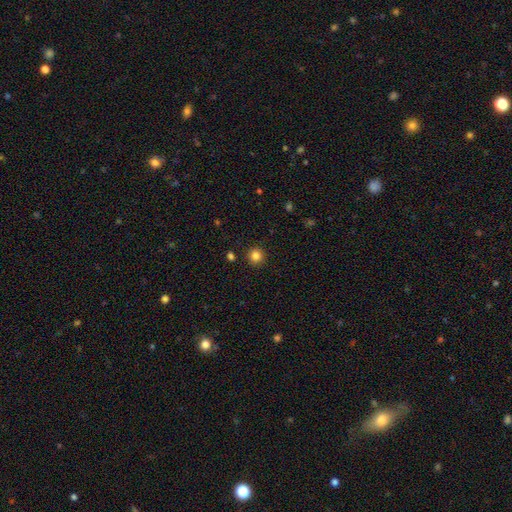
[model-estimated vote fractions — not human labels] The model was most divided on "smooth or featured": smooth: 83%, star or artifact: 12%, featured or disk: 5%. More confident: how rounded — round (94%); merging — none (91%).